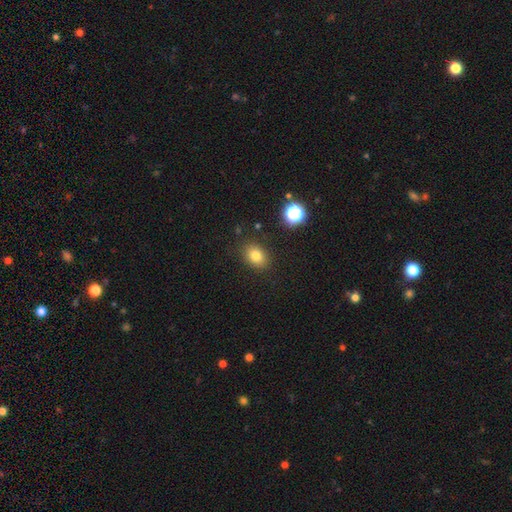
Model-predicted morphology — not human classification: The model was most divided on "how rounded": in between: 66%, round: 33%, cigar-shaped: 1%. More confident: merging — none (85%); smooth or featured — smooth (80%).